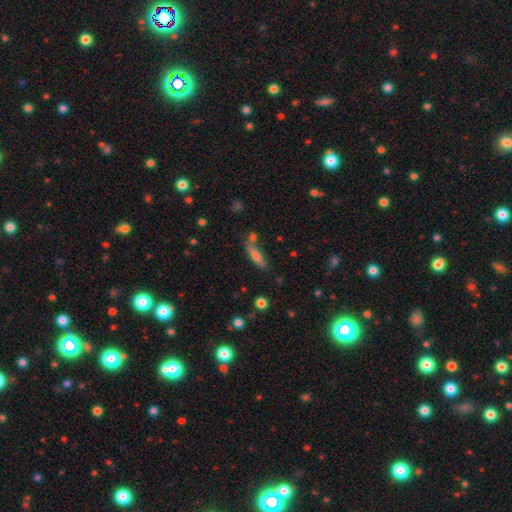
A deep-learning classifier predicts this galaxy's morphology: type=smooth (62%); roundness=cigar-shaped (71%); merging=none (70%).